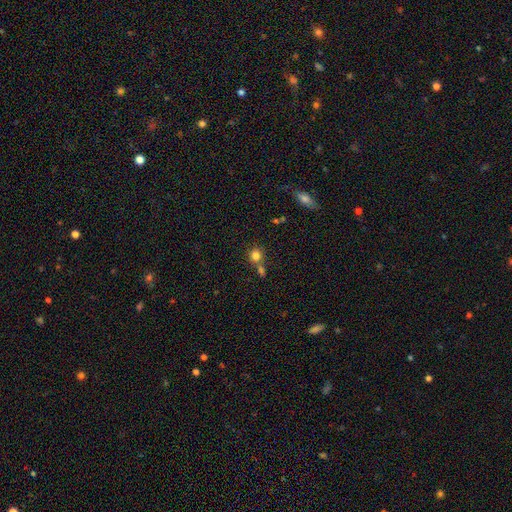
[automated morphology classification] Smooth or featured? Predicted: smooth (p=0.81). How rounded? Predicted: round (p=0.86). Merging? Predicted: none (p=0.56).